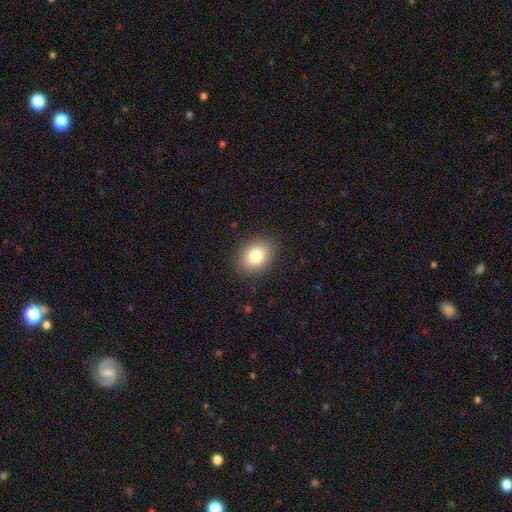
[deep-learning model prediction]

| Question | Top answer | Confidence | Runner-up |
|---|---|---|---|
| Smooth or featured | smooth | 80% | star or artifact (10%) |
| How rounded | in between | 55% | round (44%) |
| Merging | none | 89% | minor disturbance (8%) |